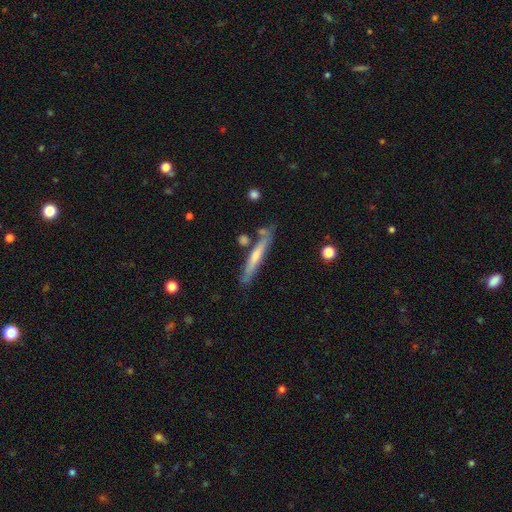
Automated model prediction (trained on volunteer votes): smooth_or_featured: featured or disk (p=0.53) [alt: smooth p=0.42]
disk_edge_on: yes (p=0.92) [alt: no p=0.08]
merging: none (p=0.77) [alt: minor disturbance p=0.14]